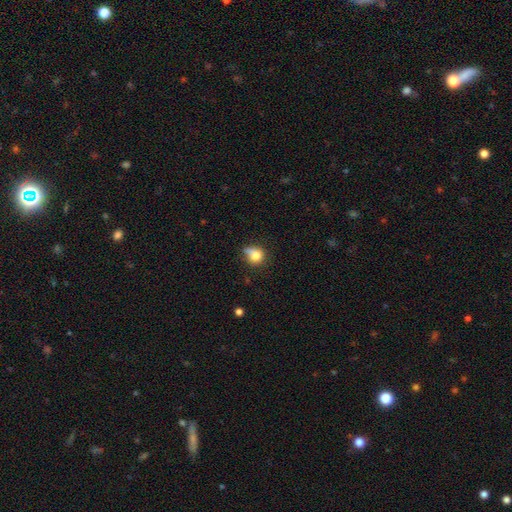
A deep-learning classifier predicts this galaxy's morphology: The model was most divided on "merging": none: 43%, minor disturbance: 31%, major disturbance: 16%, merger: 9%. More confident: smooth or featured — smooth (76%); how rounded — round (70%).